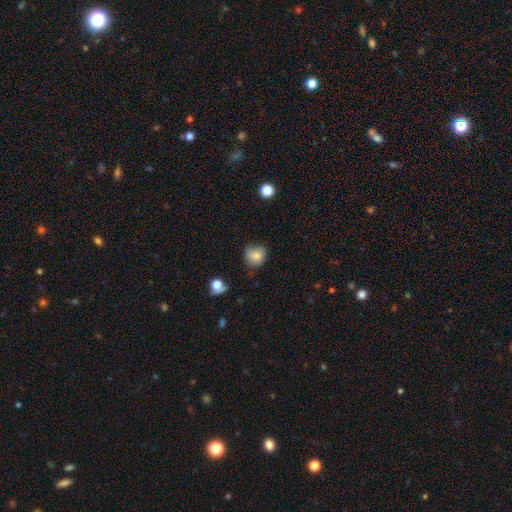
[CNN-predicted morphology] This is clearly a smooth galaxy (81%). How rounded: clearly round (81%). Merging: likely none (63%).